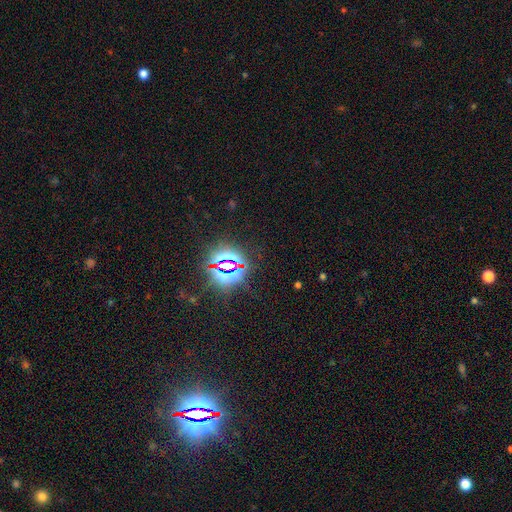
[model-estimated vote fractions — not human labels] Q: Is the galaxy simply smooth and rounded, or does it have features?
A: star or artifact — 83%.